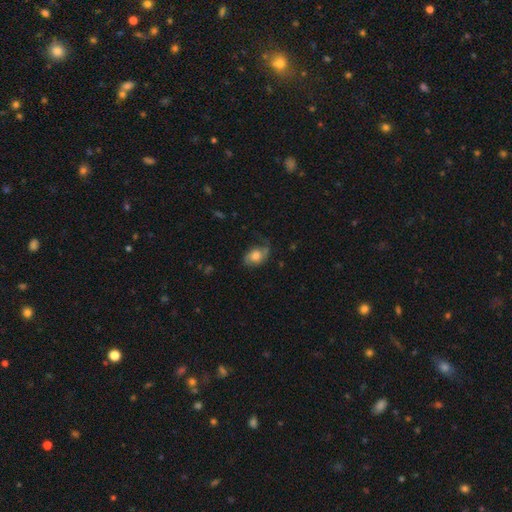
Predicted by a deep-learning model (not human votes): This appears to be a smooth galaxy with no disk features (49%). Merging: none (53%).